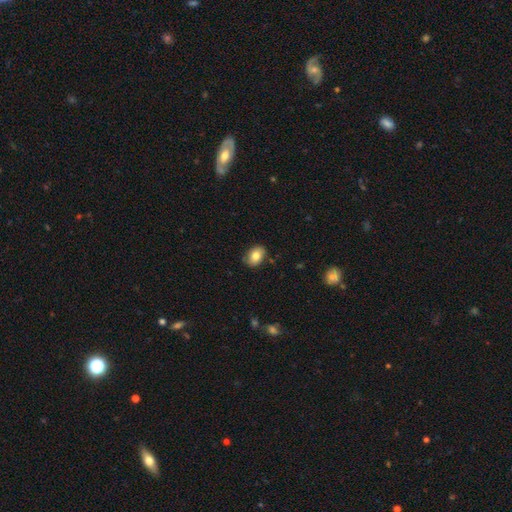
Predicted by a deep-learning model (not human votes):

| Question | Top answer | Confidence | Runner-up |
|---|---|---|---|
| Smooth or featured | smooth | 80% | featured or disk (12%) |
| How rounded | in between | 77% | round (21%) |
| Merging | none | 81% | minor disturbance (15%) |